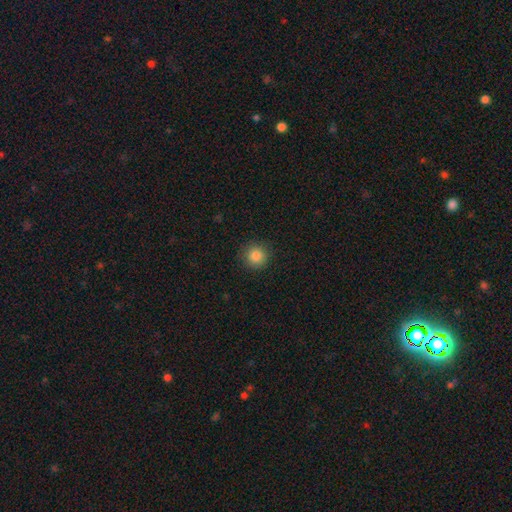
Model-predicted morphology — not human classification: Smooth or featured: smooth — 85% (star or artifact — 11%)
How rounded: round — 94% (in between — 5%)
Merging: none — 90% (minor disturbance — 7%)